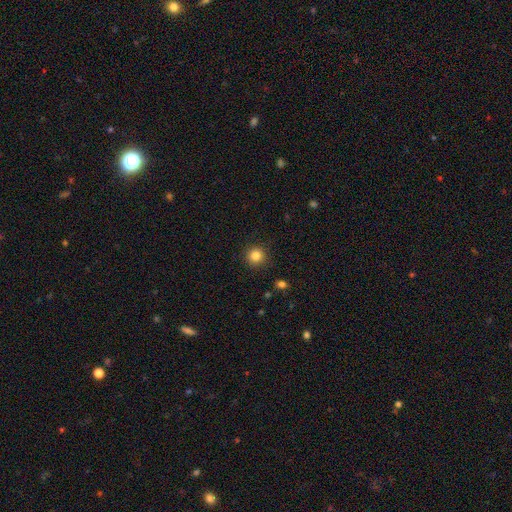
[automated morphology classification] smooth 84%, star or artifact 11%, featured or disk 5%. Down the decision tree: how rounded — round (95%); merging — none (92%).